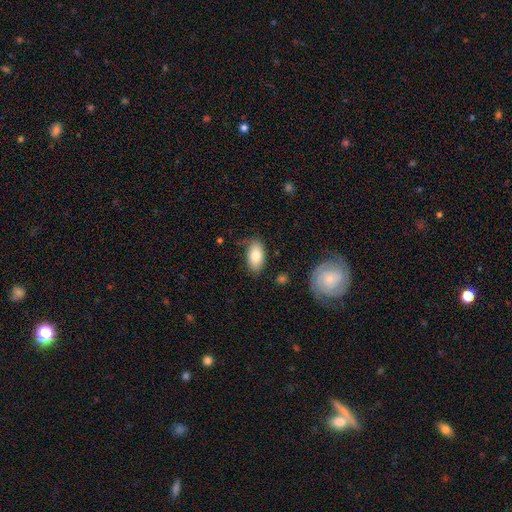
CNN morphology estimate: This appears to be a smooth galaxy with no disk features (80%) that is in between round and cigar-shaped (93%). Merging: none (75%).